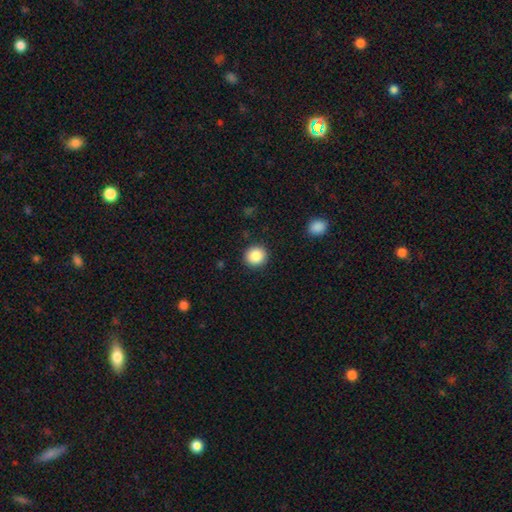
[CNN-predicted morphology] A smooth galaxy with no disk features (87%) that is round (90%). Merging: none (91%).